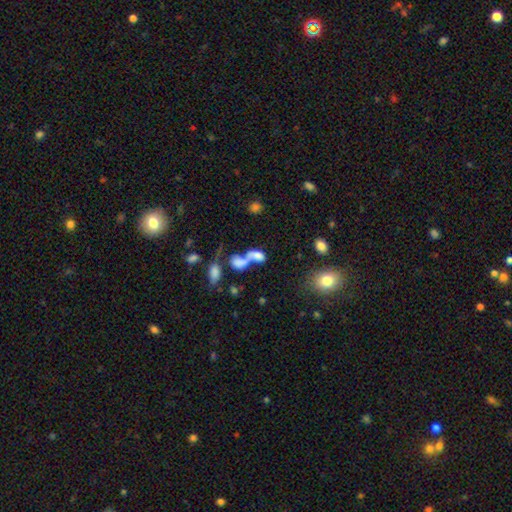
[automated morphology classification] Smooth or featured?
  - smooth: 67% *
  - featured or disk: 20%
  - star or artifact: 13%
How rounded?
  - in between: 77% *
  - round: 16%
  - cigar-shaped: 7%
Merging?
  - merger: 69% *
  - none: 15%
  - major disturbance: 9%
  - minor disturbance: 6%